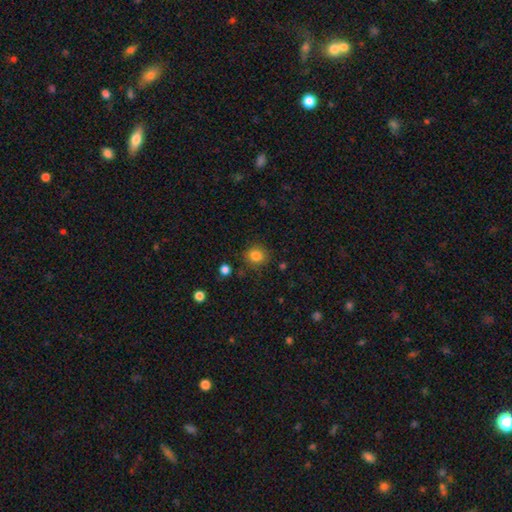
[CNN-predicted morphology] This is clearly a smooth galaxy (84%). How rounded: clearly round (80%). Merging: clearly none (83%).